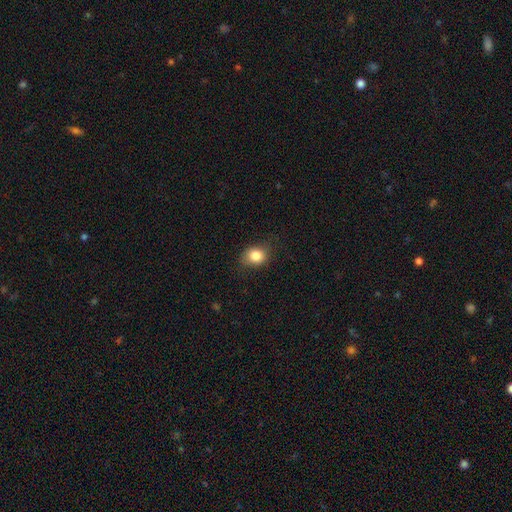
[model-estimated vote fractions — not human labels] Smooth or featured? smooth (83%)
How rounded? round (52%)
Merging? none (75%)